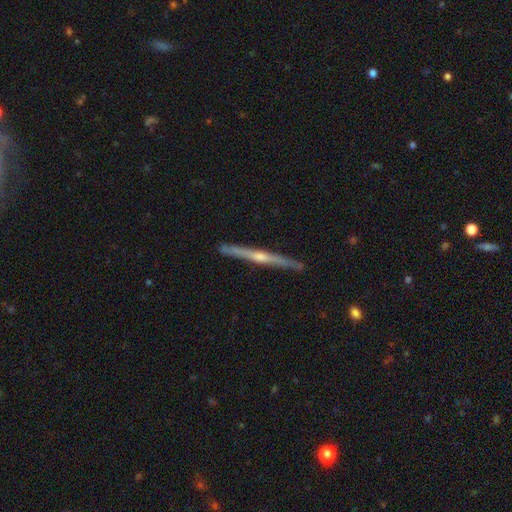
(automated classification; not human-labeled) Overall: featured or disk (79%). Edge-on disk: yes (98%). Edge-on bulge: rounded (78%). Merging: none (91%).